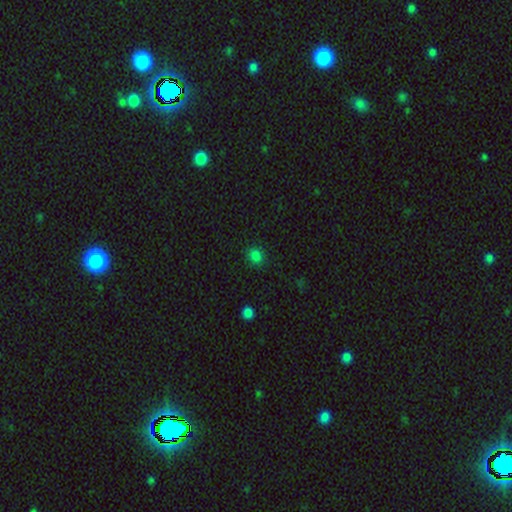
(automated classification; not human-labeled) Overall: smooth (81%). How rounded: round (69%; in between 30%). Merging: none (88%).